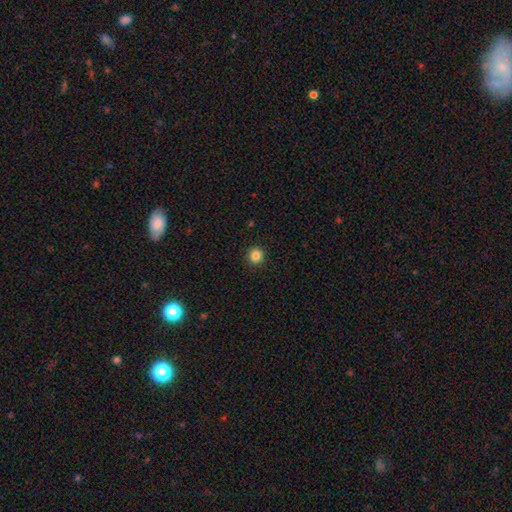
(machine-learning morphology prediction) smooth 85%, star or artifact 11%, featured or disk 4%. Down the decision tree: how rounded — round (94%); merging — none (92%).